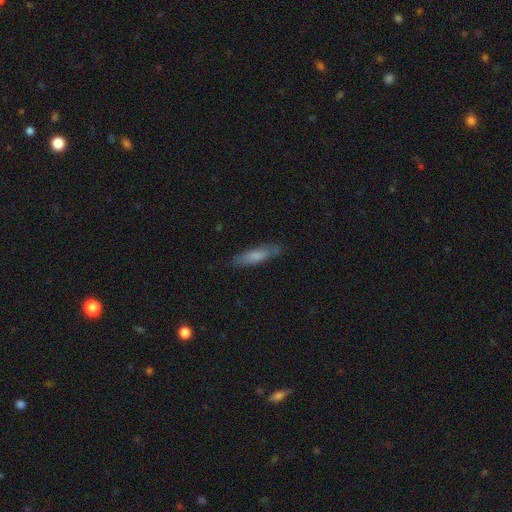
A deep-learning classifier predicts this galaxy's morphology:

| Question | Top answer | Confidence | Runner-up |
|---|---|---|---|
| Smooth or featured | smooth | 74% | featured or disk (21%) |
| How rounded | cigar-shaped | 70% | in between (29%) |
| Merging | none | 79% | minor disturbance (16%) |